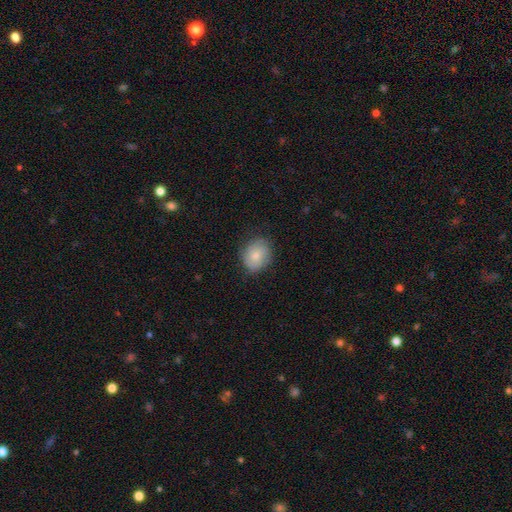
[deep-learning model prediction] Smooth or featured? Predicted: smooth (p=0.74). How rounded? Predicted: round (p=0.60). Merging? Predicted: none (p=0.76).